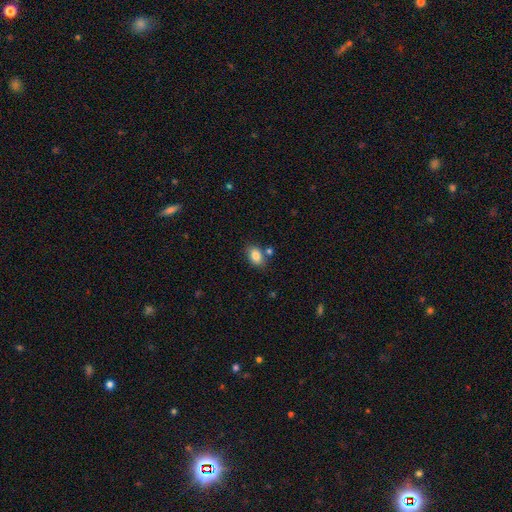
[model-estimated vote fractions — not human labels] Morphology: type=smooth (84%); roundness=in between (81%); merging=none (74%).